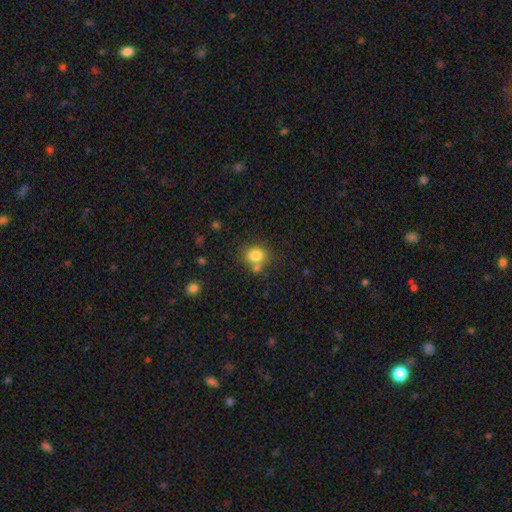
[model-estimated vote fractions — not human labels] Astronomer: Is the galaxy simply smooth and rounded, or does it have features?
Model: smooth — 81%.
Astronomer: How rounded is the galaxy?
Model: round — 61% (runner-up: in between, 38%).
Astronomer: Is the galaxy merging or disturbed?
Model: none — 64%.